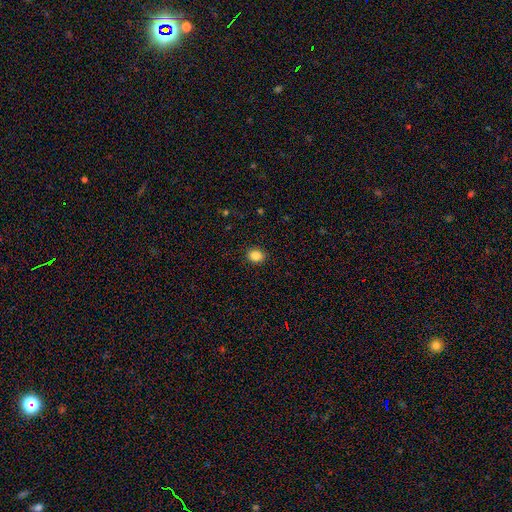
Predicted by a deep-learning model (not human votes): This appears to be a smooth galaxy with no disk features (86%) that is round (62%). Merging: none (90%).